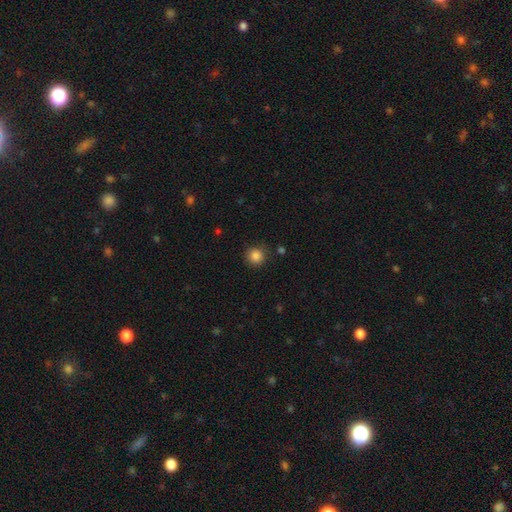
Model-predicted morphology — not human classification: smooth_or_featured: smooth (p=0.86) [alt: star or artifact p=0.11]
how_rounded: round (p=0.92) [alt: in between p=0.07]
merging: none (p=0.86) [alt: minor disturbance p=0.10]